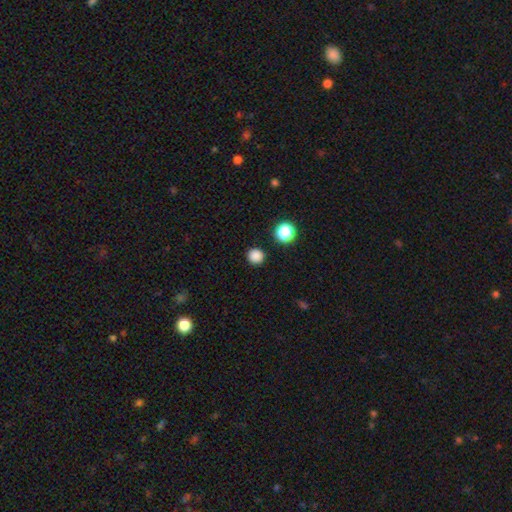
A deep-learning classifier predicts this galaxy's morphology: smooth_or_featured: smooth (p=0.84) [alt: star or artifact p=0.13]
how_rounded: round (p=0.94) [alt: in between p=0.05]
merging: none (p=0.91) [alt: minor disturbance p=0.06]